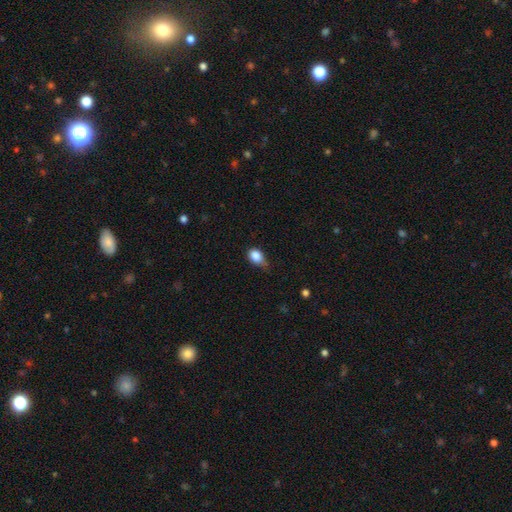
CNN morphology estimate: A smooth galaxy with no disk features (85%) that is in between round and cigar-shaped (68%). Merging: minor disturbance (45%).